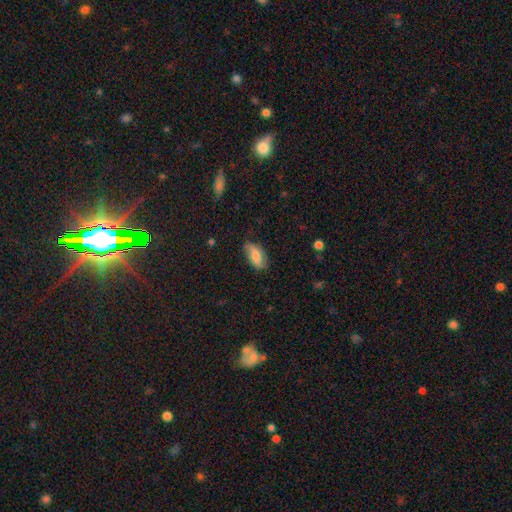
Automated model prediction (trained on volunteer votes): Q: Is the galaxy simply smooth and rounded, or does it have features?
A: smooth — 55%.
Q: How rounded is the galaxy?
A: in between — 88%.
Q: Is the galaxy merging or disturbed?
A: none — 69%.